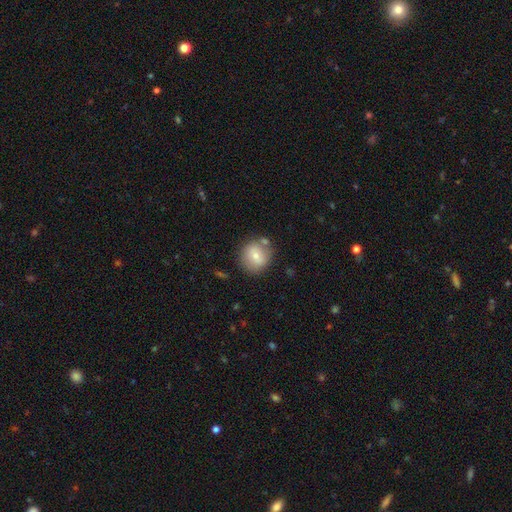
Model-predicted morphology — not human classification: smooth_or_featured: smooth (p=0.71) [alt: featured or disk p=0.21]
how_rounded: round (p=0.88) [alt: in between p=0.11]
merging: none (p=0.73) [alt: minor disturbance p=0.13]